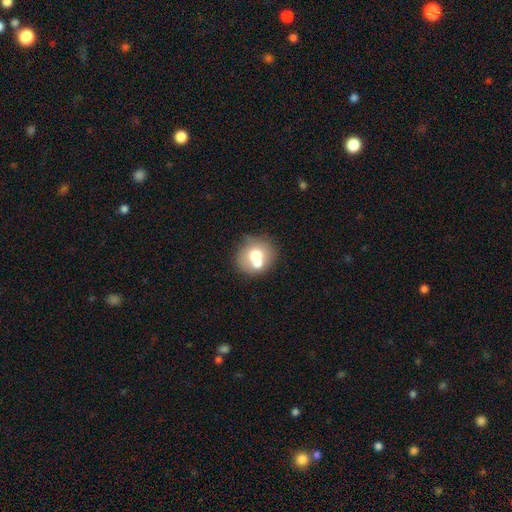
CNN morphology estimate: Overall: smooth (64%; featured or disk 26%). How rounded: round (81%). Merging: merger (44%; none 43%).